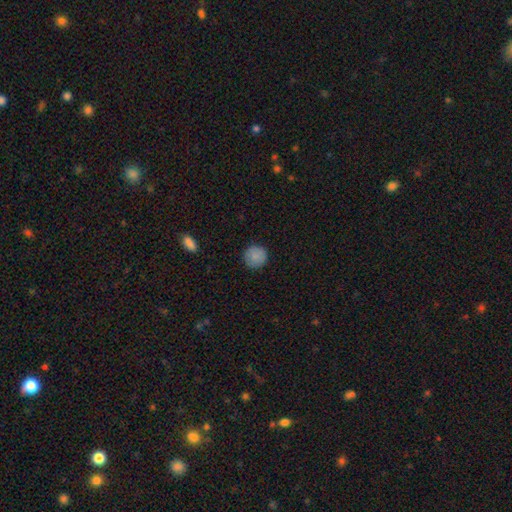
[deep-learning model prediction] smooth-or-featured: smooth: 87% | star or artifact: 8% | featured or disk: 5%
  how-rounded: round: 94% | in between: 5% | cigar-shaped: 1%
  merging: none: 90% | minor disturbance: 7% | major disturbance: 2% | merger: 1%